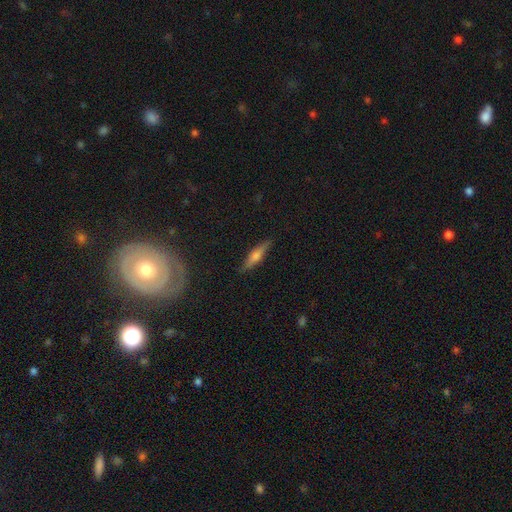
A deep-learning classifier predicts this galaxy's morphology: Q: Smooth or featured?
A: featured or disk (51%); runner-up: smooth (42%)
Q: Edge-on disk?
A: yes (92%); runner-up: no (8%)
Q: Merging?
A: none (86%); runner-up: minor disturbance (10%)